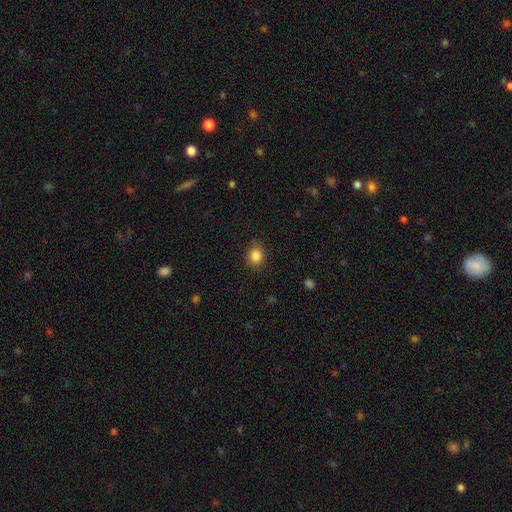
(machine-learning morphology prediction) Smooth or featured: smooth — 85% (star or artifact — 10%)
How rounded: round — 64% (in between — 35%)
Merging: none — 82% (minor disturbance — 13%)